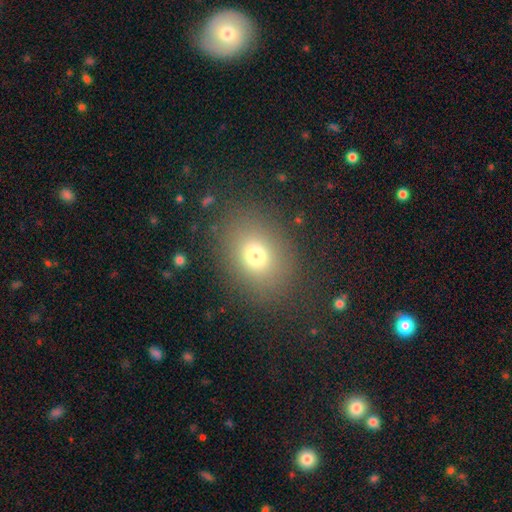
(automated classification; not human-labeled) smooth-or-featured: smooth: 72% | star or artifact: 17% | featured or disk: 11%
  how-rounded: in between: 51% | round: 48% | cigar-shaped: 1%
  merging: none: 83% | minor disturbance: 10% | major disturbance: 6% | merger: 2%